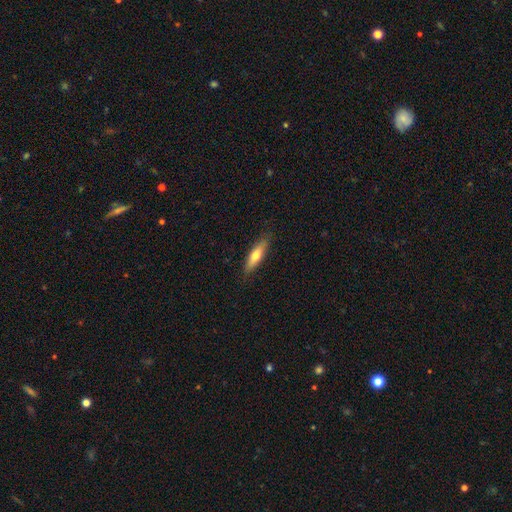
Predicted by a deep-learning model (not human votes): Smooth or featured? Predicted: smooth (p=0.61). How rounded? Predicted: cigar-shaped (p=0.69). Merging? Predicted: none (p=0.87).